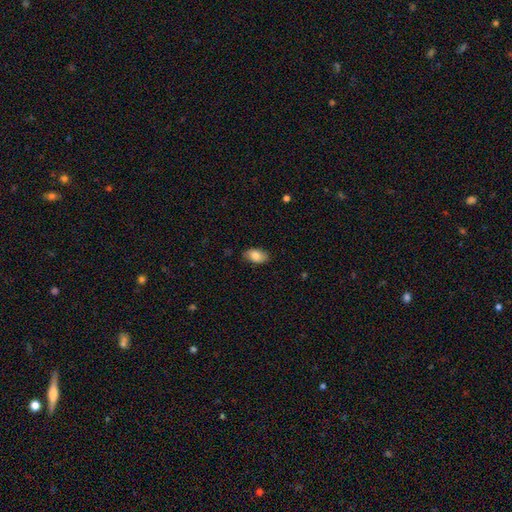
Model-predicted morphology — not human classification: This appears to be a smooth galaxy with no disk features (83%) that is in between round and cigar-shaped (92%). Merging: none (81%).